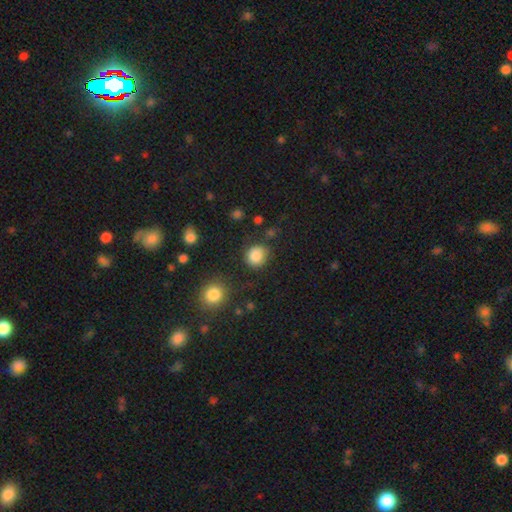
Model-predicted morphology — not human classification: This appears to be a smooth galaxy with no disk features (85%) that is round (82%). Merging: none (75%).